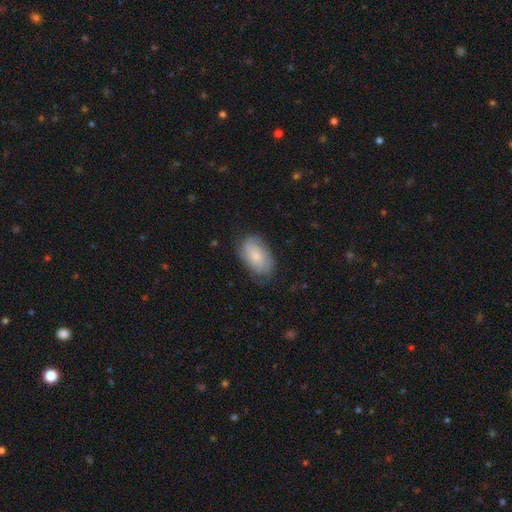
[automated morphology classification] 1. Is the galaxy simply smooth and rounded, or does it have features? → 60% smooth, 33% featured or disk, 7% star or artifact.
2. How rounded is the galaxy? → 92% in between, 7% round, 2% cigar-shaped.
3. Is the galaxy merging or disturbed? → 67% none, 25% minor disturbance, 7% major disturbance, 1% merger.